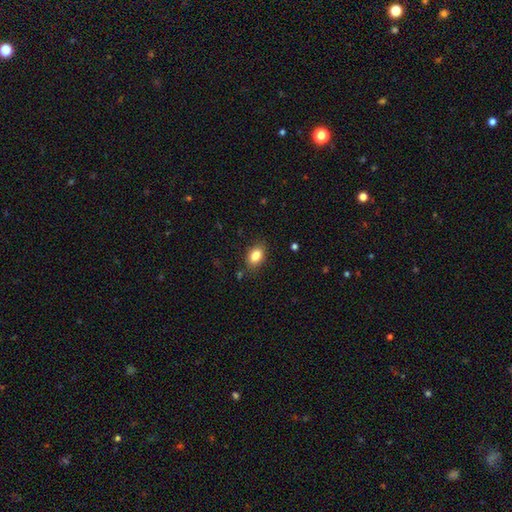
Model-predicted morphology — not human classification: Smooth or featured? smooth (85%)
How rounded? in between (85%)
Merging? none (84%)